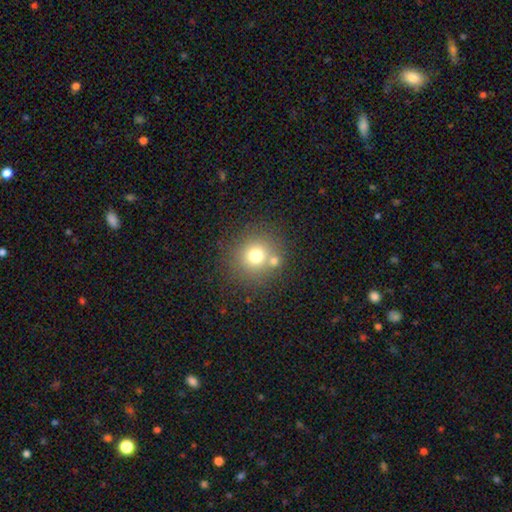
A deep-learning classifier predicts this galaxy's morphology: Smooth or featured? Predicted: smooth (p=0.71). How rounded? Predicted: round (p=0.90). Merging? Predicted: none (p=0.72).